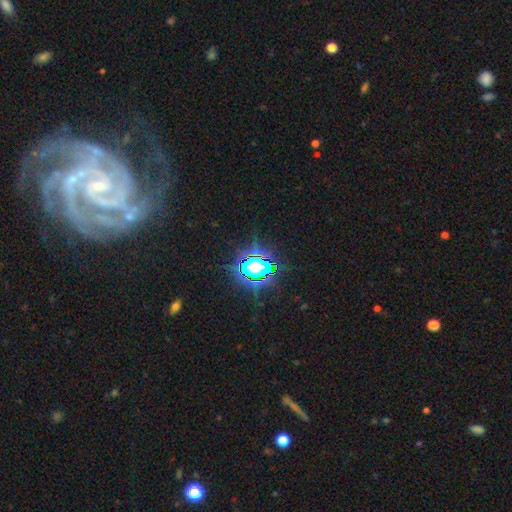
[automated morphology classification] Smooth or featured? star or artifact (75%)